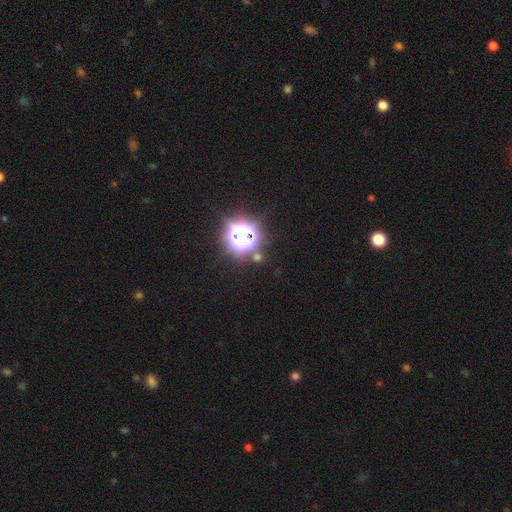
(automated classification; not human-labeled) Morphology: type=star or artifact (64%).